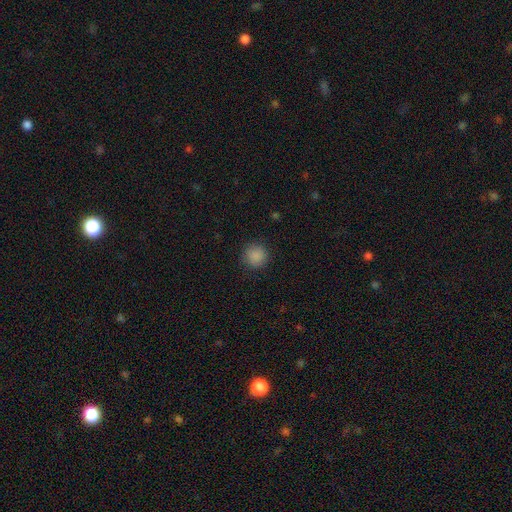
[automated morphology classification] smooth_or_featured: smooth (p=0.87) [alt: star or artifact p=0.09]
how_rounded: round (p=0.93) [alt: in between p=0.06]
merging: none (p=0.88) [alt: minor disturbance p=0.08]